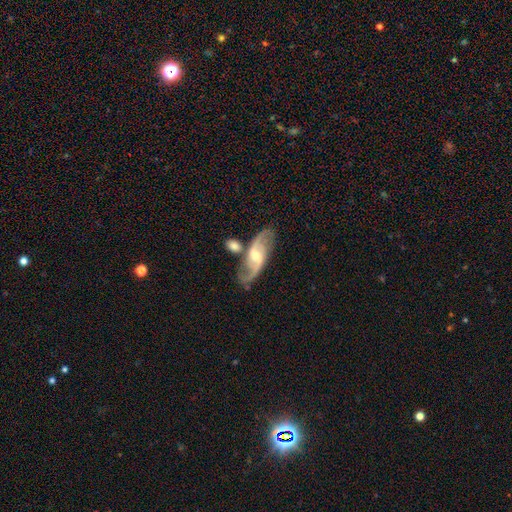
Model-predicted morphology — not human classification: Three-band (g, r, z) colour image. It shows a featured or disk galaxy (86%) with a weak bar (51%), 2 (90%) medium (48%) spiral arms (96%) and a moderate central bulge (55%). Merging: none (64%).